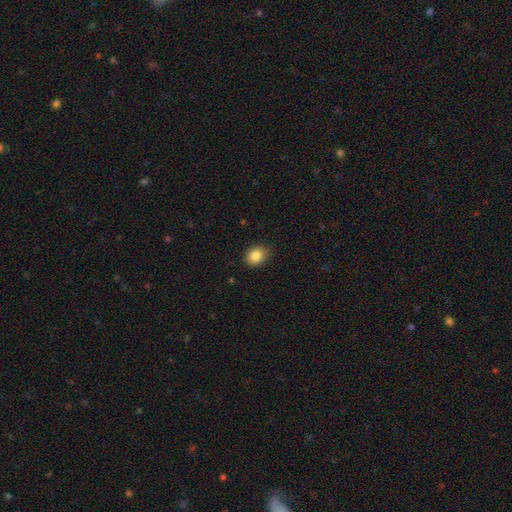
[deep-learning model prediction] Morphology: type=smooth (85%); roundness=in between (52%); merging=none (86%).